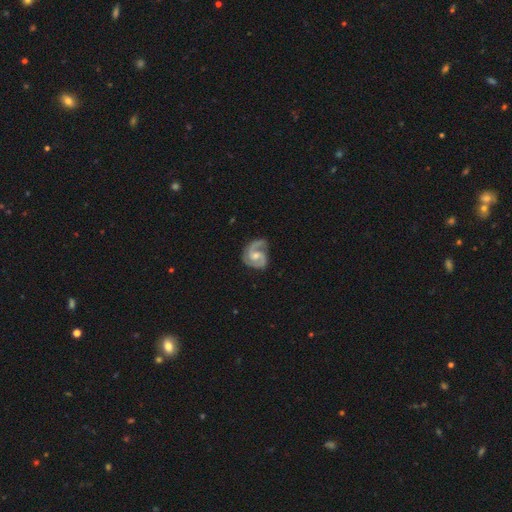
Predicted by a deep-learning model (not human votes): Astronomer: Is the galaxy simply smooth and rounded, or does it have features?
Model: featured or disk — 88%.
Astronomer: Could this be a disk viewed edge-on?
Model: no — 98%.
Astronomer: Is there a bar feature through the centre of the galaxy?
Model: no — 50% (runner-up: weak, 41%).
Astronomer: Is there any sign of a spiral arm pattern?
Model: yes — 98%.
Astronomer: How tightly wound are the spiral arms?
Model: medium — 53% (runner-up: tight, 33%).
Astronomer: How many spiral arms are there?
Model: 2 — 82%.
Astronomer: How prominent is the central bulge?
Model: moderate — 54% (runner-up: small, 36%).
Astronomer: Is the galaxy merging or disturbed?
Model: none — 65%.